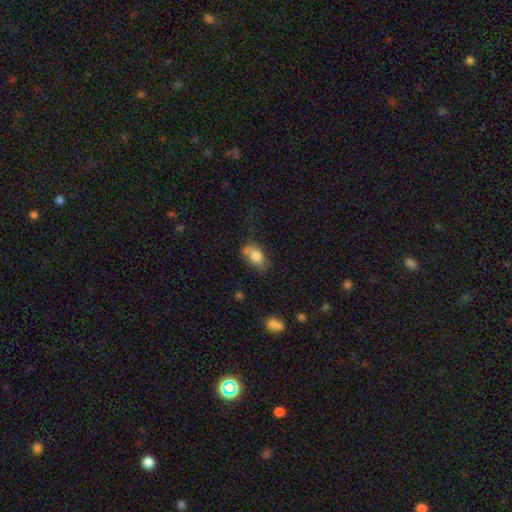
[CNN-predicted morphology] smooth-or-featured: smooth: 73% | featured or disk: 18% | star or artifact: 9%
  how-rounded: in between: 81% | round: 16% | cigar-shaped: 3%
  merging: none: 38% | minor disturbance: 33% | major disturbance: 19% | merger: 10%